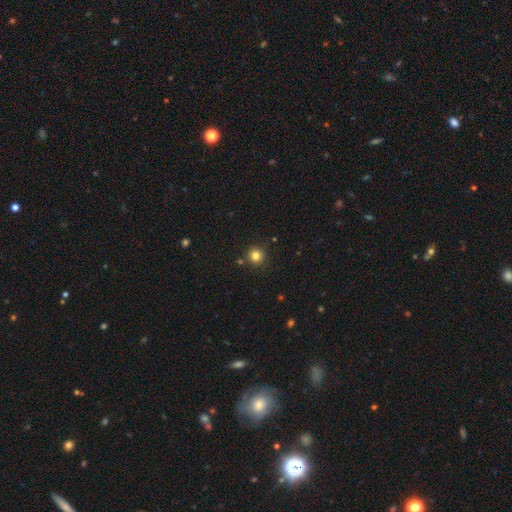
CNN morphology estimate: The model was most divided on "smooth or featured": smooth: 82%, star or artifact: 13%, featured or disk: 5%. More confident: how rounded — round (94%); merging — none (88%).